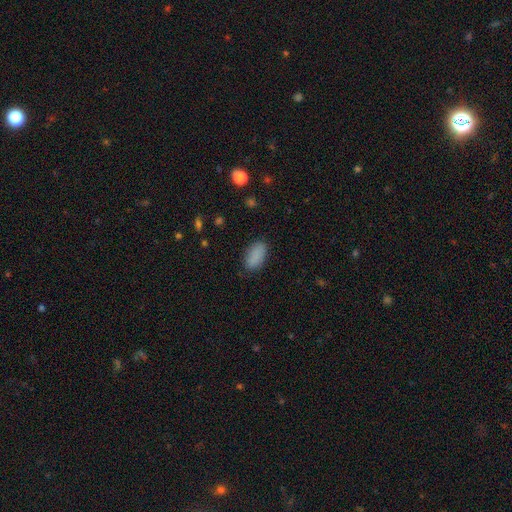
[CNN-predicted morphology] type=smooth (87%); roundness=in between (92%); merging=none (83%).